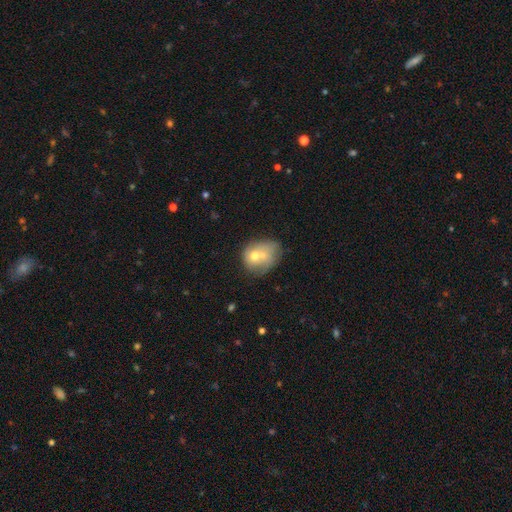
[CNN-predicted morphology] smooth-or-featured: smooth: 57% | featured or disk: 33% | star or artifact: 9%
  how-rounded: round: 50% | in between: 49% | cigar-shaped: 1%
  merging: merger: 50% | none: 24% | minor disturbance: 15% | major disturbance: 11%